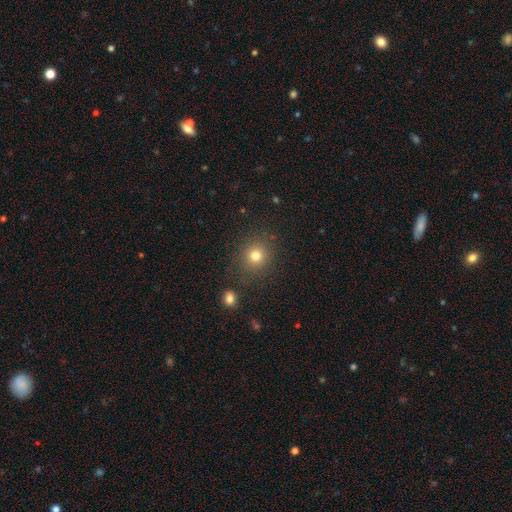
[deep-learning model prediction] smooth_or_featured: smooth (p=0.78) [alt: star or artifact p=0.15]
how_rounded: round (p=0.86) [alt: in between p=0.13]
merging: none (p=0.86) [alt: minor disturbance p=0.08]